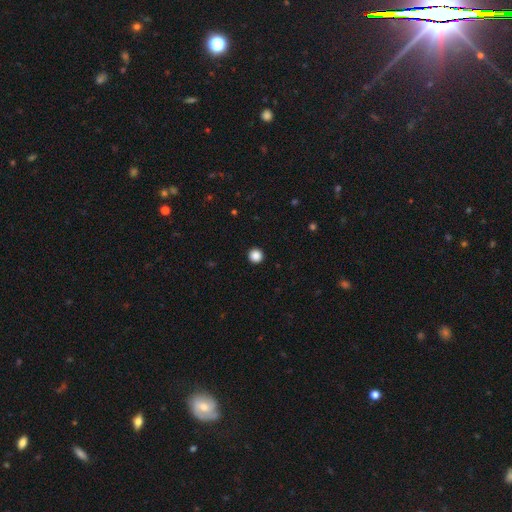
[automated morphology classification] A smooth galaxy with no disk features (87%) that is round (96%). Merging: none (94%).